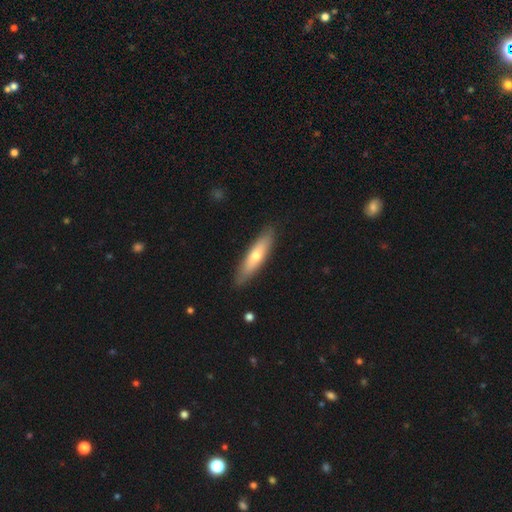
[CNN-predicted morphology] Overall: smooth (60%; featured or disk 34%). How rounded: cigar-shaped (74%). Merging: none (87%).